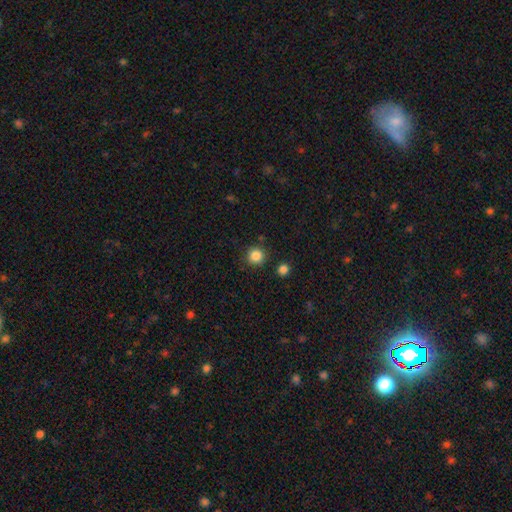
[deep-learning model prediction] Morphology: type=smooth (85%); roundness=round (94%); merging=none (88%).